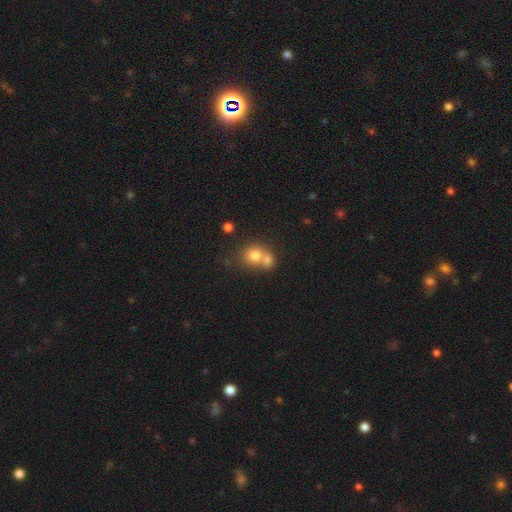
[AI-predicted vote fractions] A smooth galaxy with no disk features (73%) that is round (75%).

Vote fractions:
- Smooth or featured? smooth: 73% / featured or disk: 15% / star or artifact: 12%
- How rounded? round: 75% / in between: 24% / cigar-shaped: 1%
- Merging? merger: 61% / none: 30% / minor disturbance: 6% / major disturbance: 3%